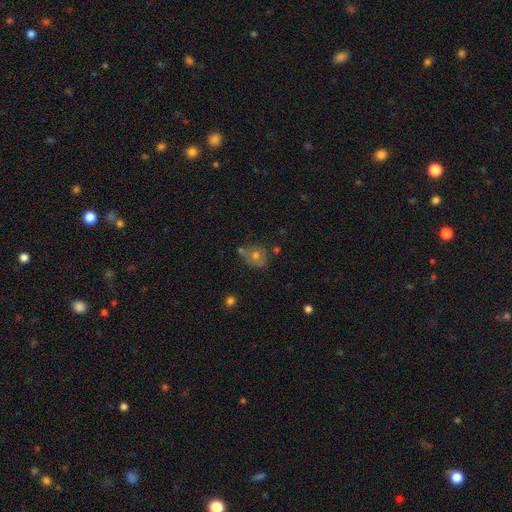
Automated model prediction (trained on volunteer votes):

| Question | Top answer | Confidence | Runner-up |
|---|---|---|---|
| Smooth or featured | smooth | 56% | featured or disk (29%) |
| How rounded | round | 73% | in between (26%) |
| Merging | none | 57% | minor disturbance (22%) |